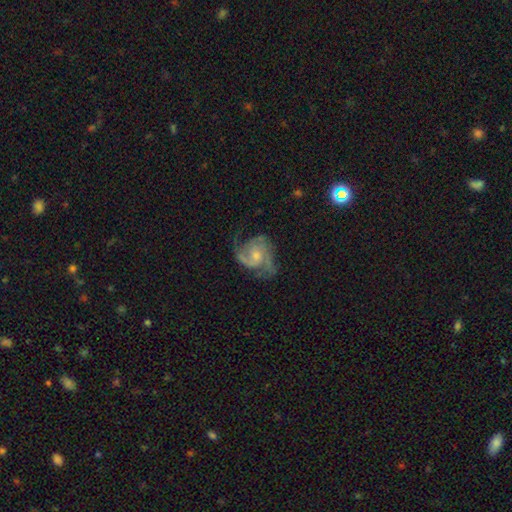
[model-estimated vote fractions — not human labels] smooth-or-featured: featured or disk: 81% | smooth: 13% | star or artifact: 6%
  disk-edge-on: no: 98% | yes: 2%
    bar: no: 68% | weak: 28% | strong: 4%
    has-spiral-arms: yes: 94% | no: 6%
      spiral-winding: medium: 50% | tight: 25% | loose: 25%
      spiral-arm-count: 2: 54% | 3: 20% | can't tell: 13% | 1: 7% | 4: 4% | more than 4: 3%
    bulge-size: small: 48% | moderate: 42% | none: 6% | large: 3% | dominant: 1%
  merging: none: 51% | minor disturbance: 24% | major disturbance: 23% | merger: 2%